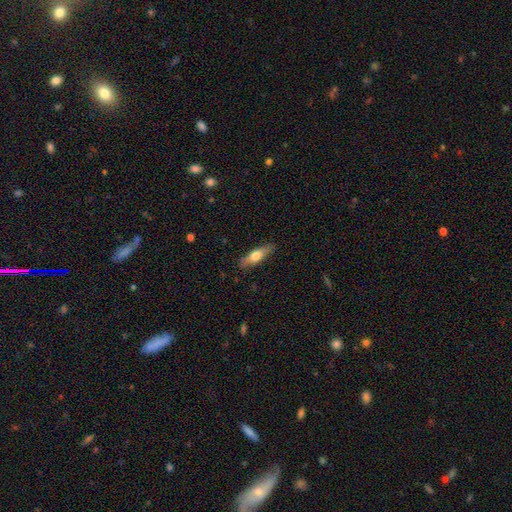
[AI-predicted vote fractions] Q: Smooth or featured?
A: smooth (60%); runner-up: featured or disk (34%)
Q: How rounded?
A: cigar-shaped (57%); runner-up: in between (41%)
Q: Merging?
A: none (85%); runner-up: minor disturbance (11%)